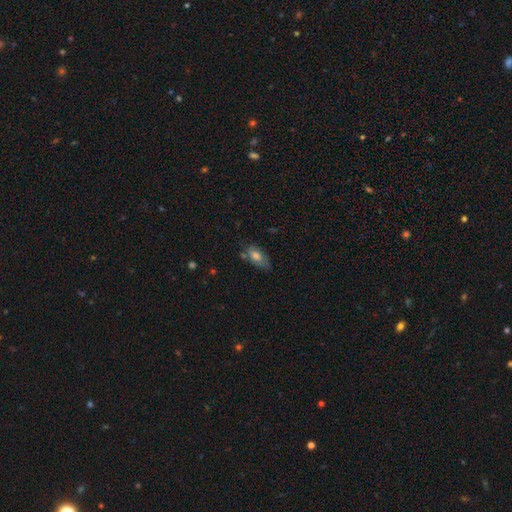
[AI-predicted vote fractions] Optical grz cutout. It shows a smooth galaxy with no disk features (68%) that is in between round and cigar-shaped (86%). Merging: none (57%).